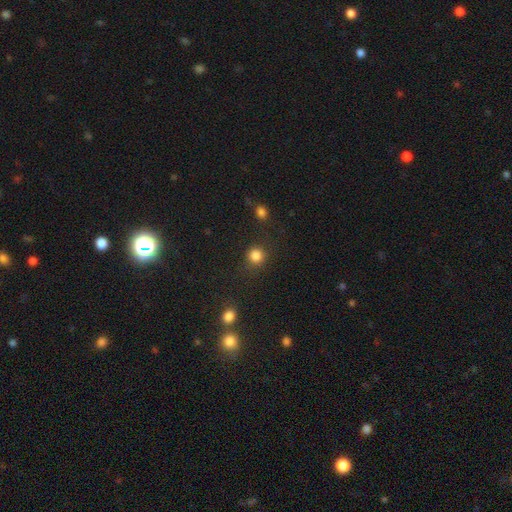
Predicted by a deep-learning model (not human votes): Overall: smooth (85%). How rounded: round (91%). Merging: none (83%).